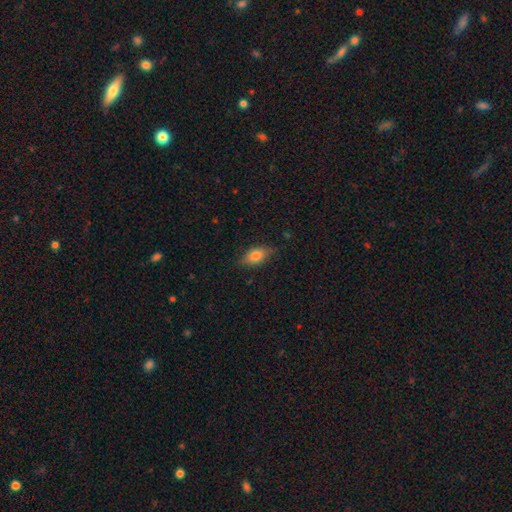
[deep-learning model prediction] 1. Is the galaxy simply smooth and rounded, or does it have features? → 75% smooth, 17% featured or disk, 8% star or artifact.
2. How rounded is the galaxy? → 86% in between, 7% cigar-shaped, 7% round.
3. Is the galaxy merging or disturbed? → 78% none, 18% minor disturbance, 3% major disturbance, 1% merger.